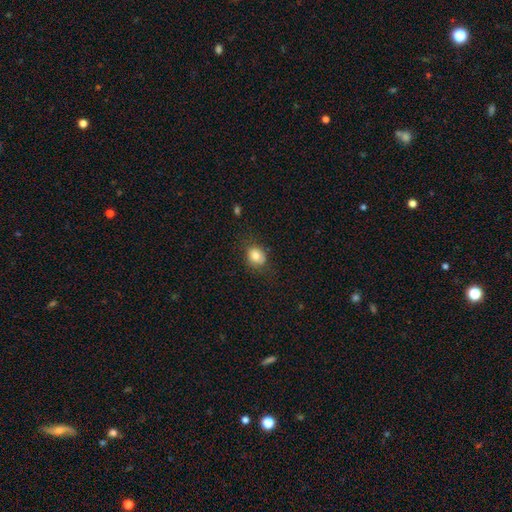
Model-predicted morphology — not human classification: Smooth or featured?
  - smooth: 80% *
  - featured or disk: 10%
  - star or artifact: 10%
How rounded?
  - round: 56% *
  - in between: 43%
  - cigar-shaped: 1%
Merging?
  - none: 72% *
  - minor disturbance: 20%
  - major disturbance: 7%
  - merger: 1%